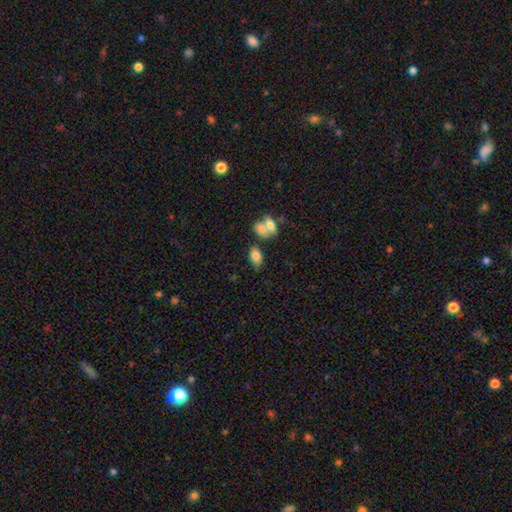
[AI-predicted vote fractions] smooth 80%, featured or disk 11%, star or artifact 9%. Down the decision tree: how rounded — in between (87%); merging — none (52%).